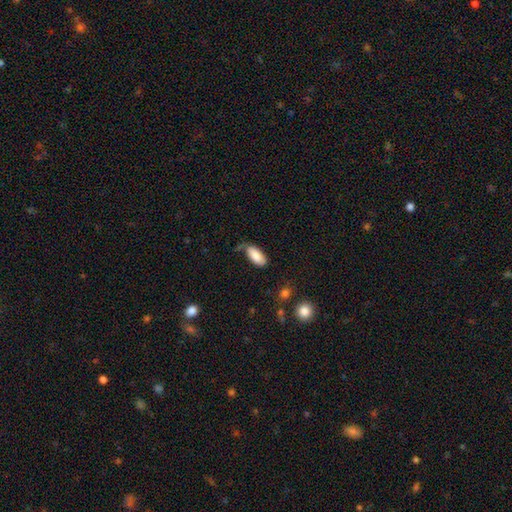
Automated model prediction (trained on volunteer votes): Morphology: type=smooth (86%); roundness=in between (89%); merging=none (59%).